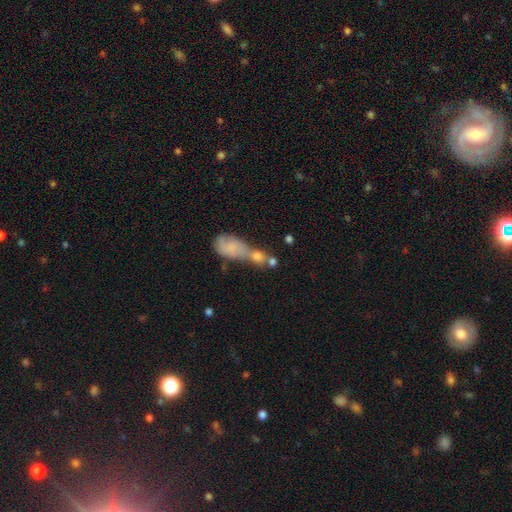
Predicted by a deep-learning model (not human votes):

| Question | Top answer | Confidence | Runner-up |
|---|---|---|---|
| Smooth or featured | smooth | 57% | featured or disk (29%) |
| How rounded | in between | 57% | cigar-shaped (25%) |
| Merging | merger | 56% | none (20%) |